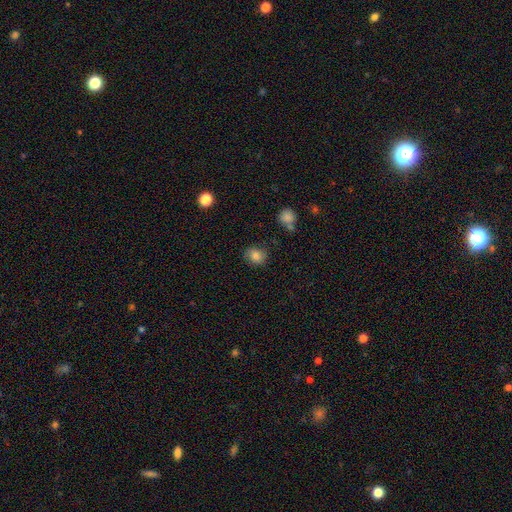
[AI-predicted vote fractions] Overall: smooth (82%). How rounded: round (66%; in between 33%). Merging: none (83%).